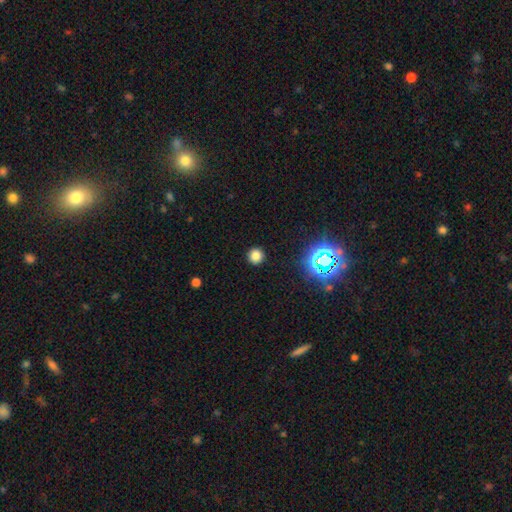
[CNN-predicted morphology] The model was most divided on "smooth or featured": smooth: 77%, star or artifact: 18%, featured or disk: 5%. More confident: how rounded — round (94%); merging — none (92%).